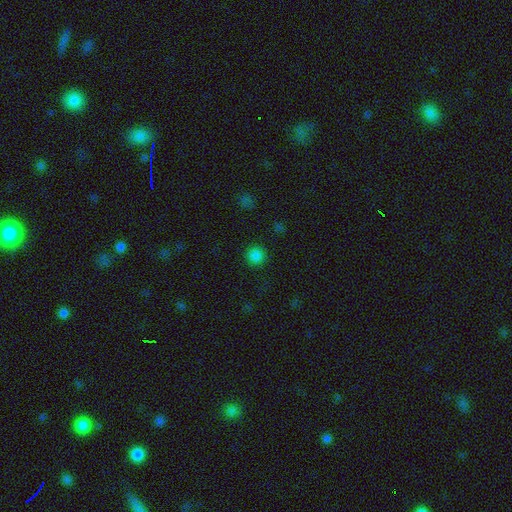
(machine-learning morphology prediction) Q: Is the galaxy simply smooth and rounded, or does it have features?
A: smooth — 83%.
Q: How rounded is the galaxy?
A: round — 95%.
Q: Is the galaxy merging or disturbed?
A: none — 91%.